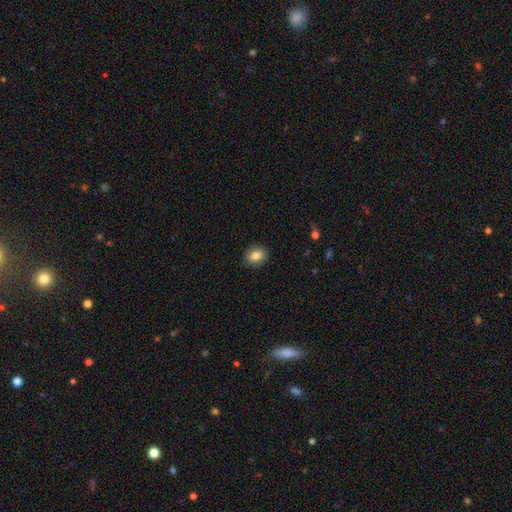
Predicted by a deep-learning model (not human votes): Smooth or featured? Predicted: smooth (p=0.84). How rounded? Predicted: in between (p=0.55). Merging? Predicted: none (p=0.88).